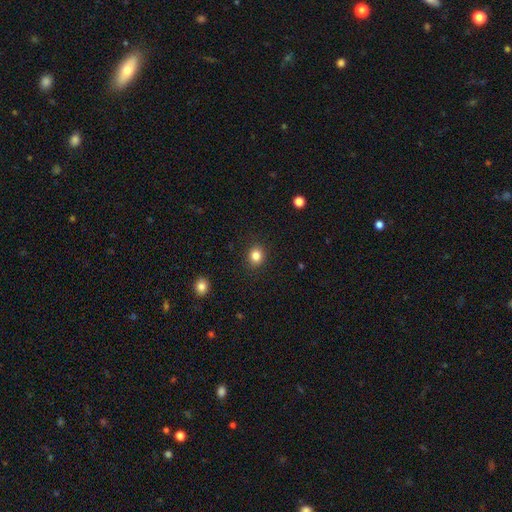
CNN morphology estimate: type=smooth (84%); roundness=round (74%); merging=none (90%).